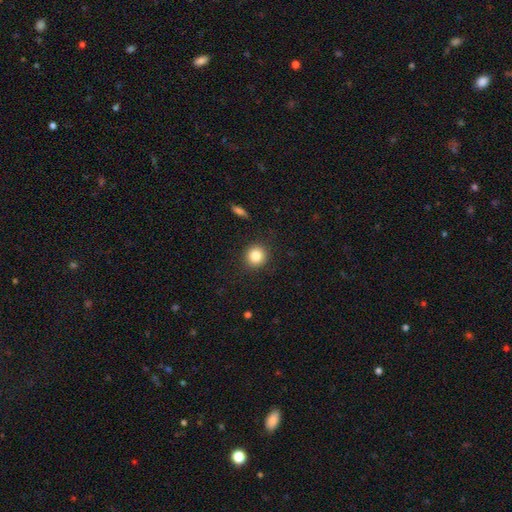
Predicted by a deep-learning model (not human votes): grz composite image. It shows a smooth galaxy with no disk features (83%) that is round (92%). Merging: none (90%).